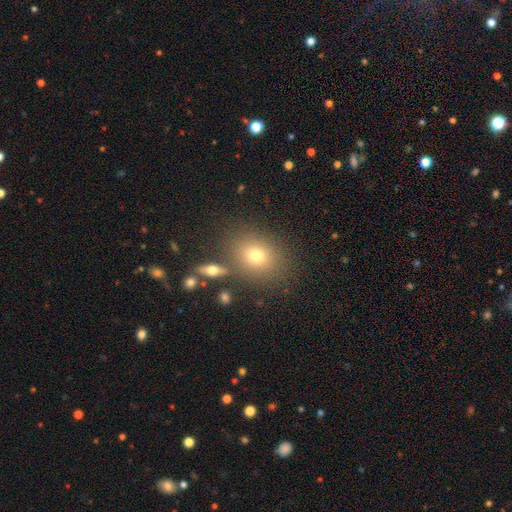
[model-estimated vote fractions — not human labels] Smooth or featured? smooth (71%)
How rounded? round (50%)
Merging? none (79%)